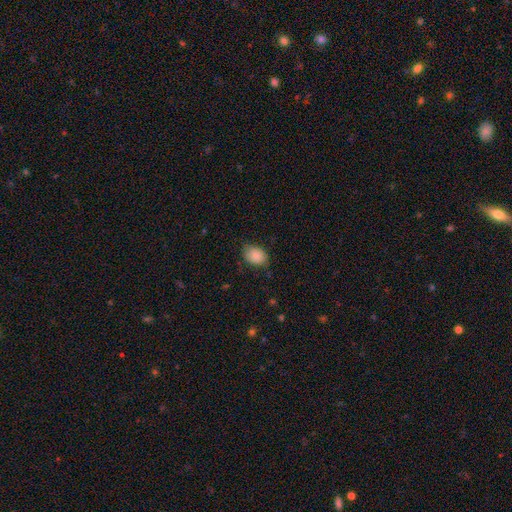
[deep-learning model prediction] Smooth or featured: smooth — 87% (star or artifact — 7%)
How rounded: in between — 73% (round — 26%)
Merging: none — 75% (minor disturbance — 20%)